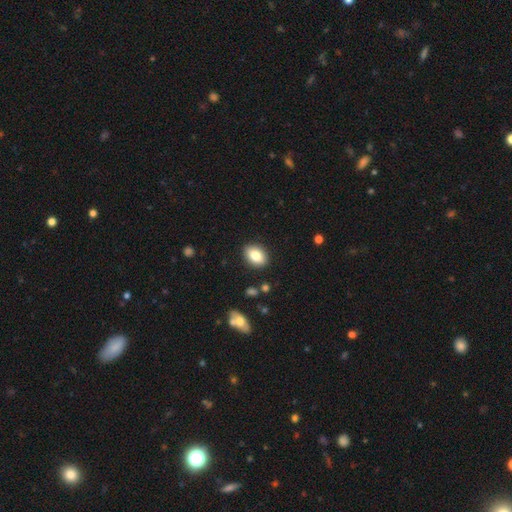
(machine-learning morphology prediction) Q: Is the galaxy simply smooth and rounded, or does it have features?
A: smooth — 83%.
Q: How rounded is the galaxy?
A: in between — 78%.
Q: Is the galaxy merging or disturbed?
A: none — 87%.